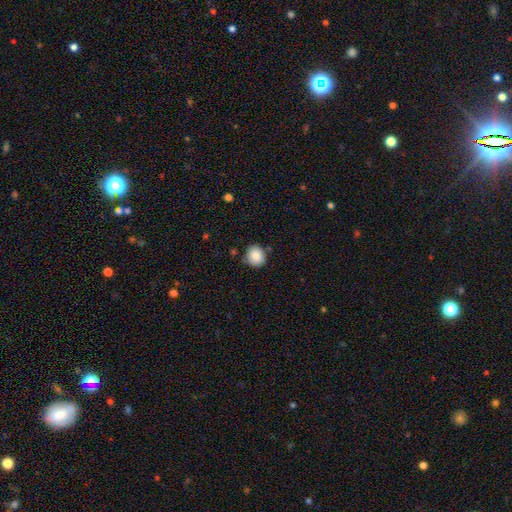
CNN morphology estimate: smooth 87%, star or artifact 8%, featured or disk 5%. Down the decision tree: how rounded — round (83%); merging — none (78%).